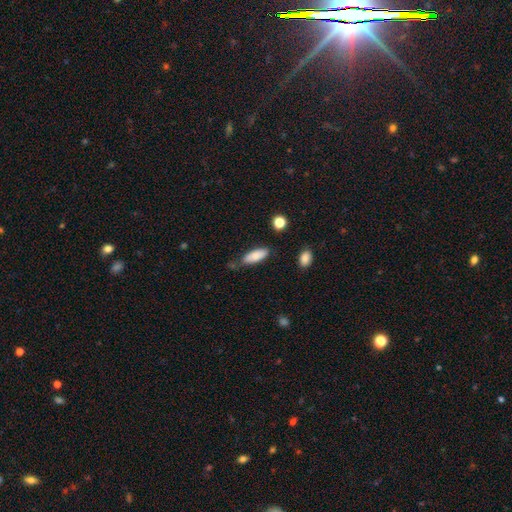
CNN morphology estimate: Smooth or featured? smooth (81%)
How rounded? in between (68%)
Merging? none (69%)